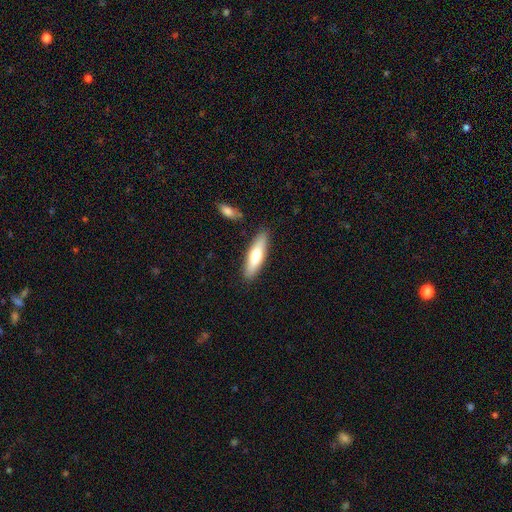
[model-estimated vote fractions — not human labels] The model was most divided on "how rounded": cigar-shaped: 63%, in between: 35%, round: 2%. More confident: merging — none (87%); smooth or featured — smooth (62%).